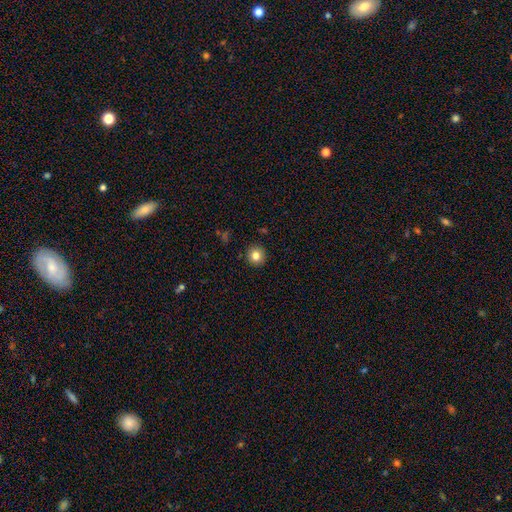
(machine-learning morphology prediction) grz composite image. It shows a smooth galaxy with no disk features (82%) that is round (94%). Merging: none (92%).